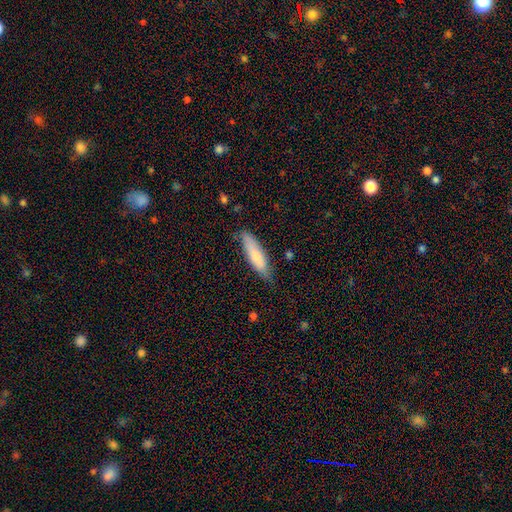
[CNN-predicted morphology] Smooth or featured? Predicted: smooth (p=0.76). How rounded? Predicted: cigar-shaped (p=0.69). Merging? Predicted: none (p=0.78).